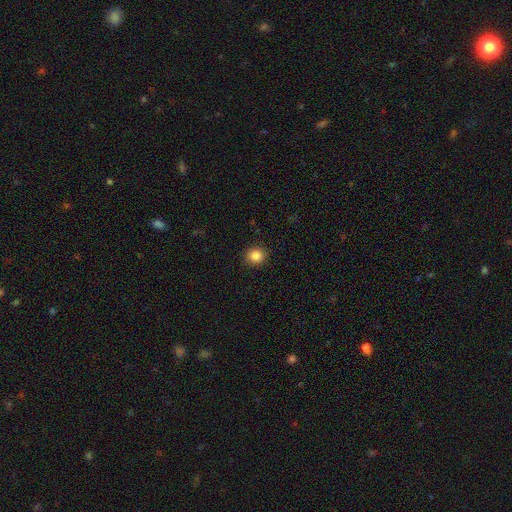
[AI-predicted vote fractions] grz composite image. It shows a smooth galaxy with no disk features (85%) that is round (87%). Merging: none (91%).